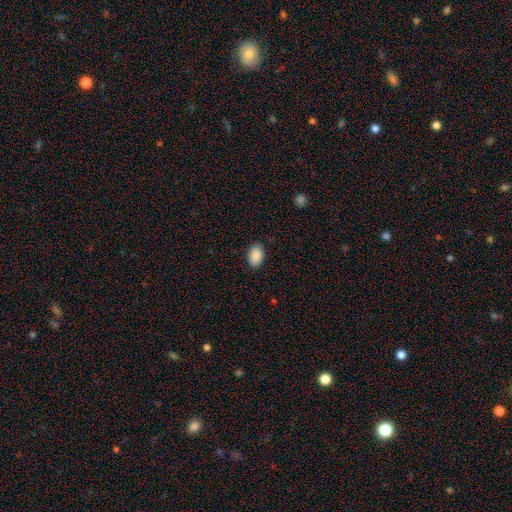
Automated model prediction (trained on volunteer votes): Q: Smooth or featured?
A: smooth (89%); runner-up: star or artifact (7%)
Q: How rounded?
A: in between (90%); runner-up: round (9%)
Q: Merging?
A: none (87%); runner-up: minor disturbance (10%)